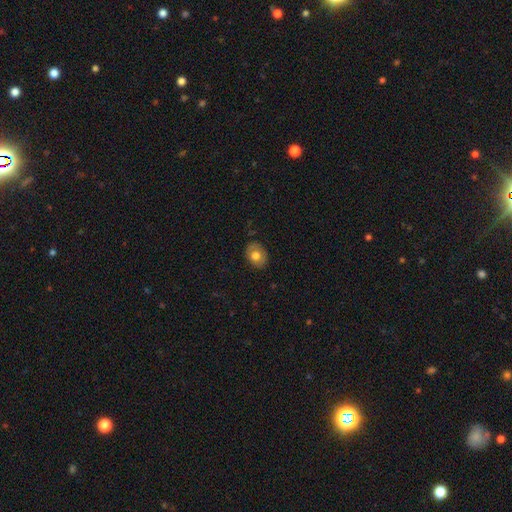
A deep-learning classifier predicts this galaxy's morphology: Q: Smooth or featured?
A: smooth (72%); runner-up: featured or disk (20%)
Q: How rounded?
A: in between (51%); runner-up: round (48%)
Q: Merging?
A: none (81%); runner-up: minor disturbance (14%)